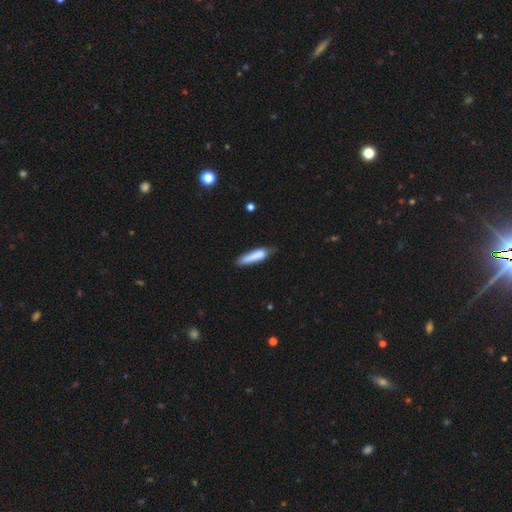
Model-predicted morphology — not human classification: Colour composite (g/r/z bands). It shows a smooth galaxy with no disk features (78%) that is cigar-shaped (77%). Merging: none (54%).